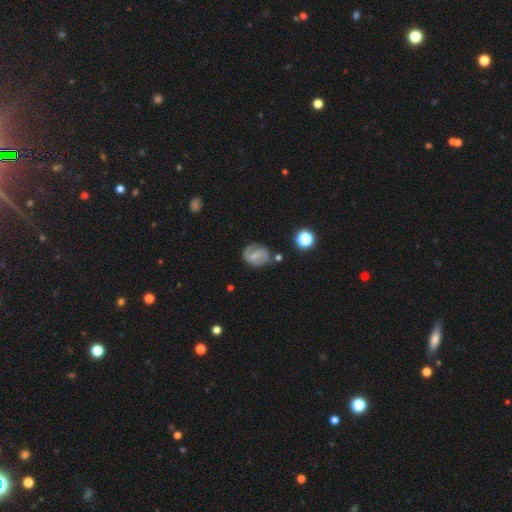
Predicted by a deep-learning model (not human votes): featured or disk 68%, smooth 24%, star or artifact 8%. Down the decision tree: edge-on disk — no (97%); bar — weak (47%); spiral arms — yes (85%); spiral arm count — 2 (83%); spiral winding — medium (46%); bulge size — small (59%); merging — none (68%).